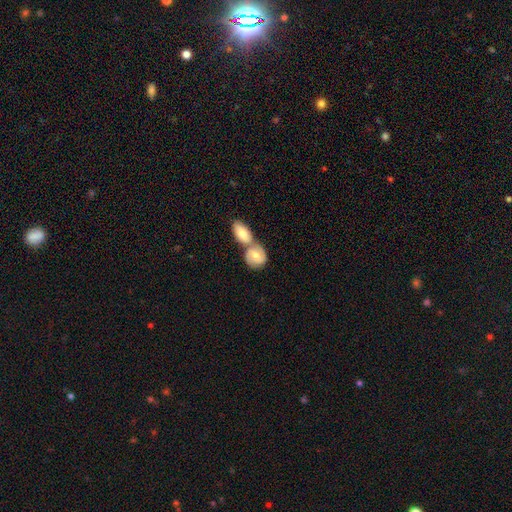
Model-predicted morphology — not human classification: Smooth or featured? Predicted: featured or disk (p=0.50). Merging? Predicted: merger (p=0.56).